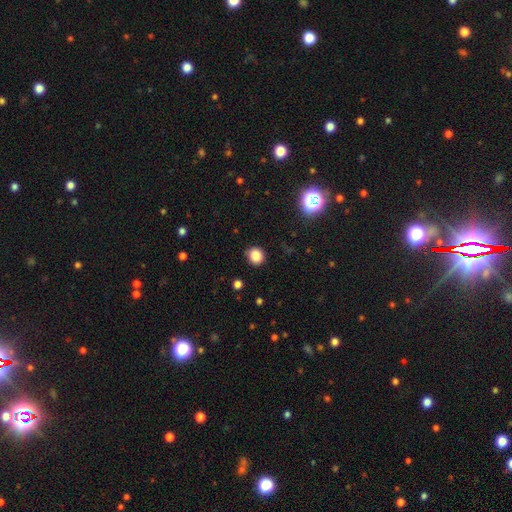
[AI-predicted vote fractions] Smooth or featured? smooth (85%)
How rounded? round (82%)
Merging? none (88%)